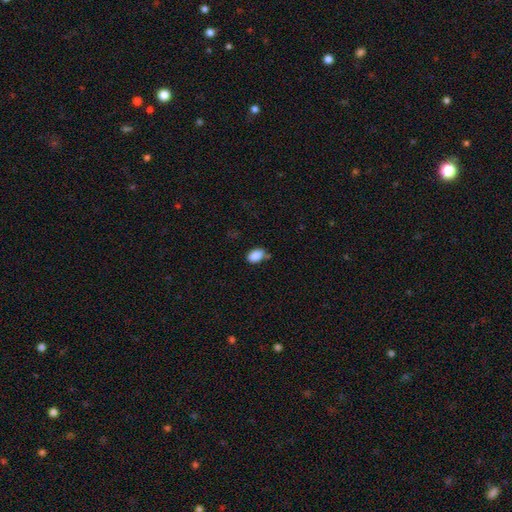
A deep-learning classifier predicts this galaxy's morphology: type=smooth (88%); roundness=in between (88%); merging=none (66%).